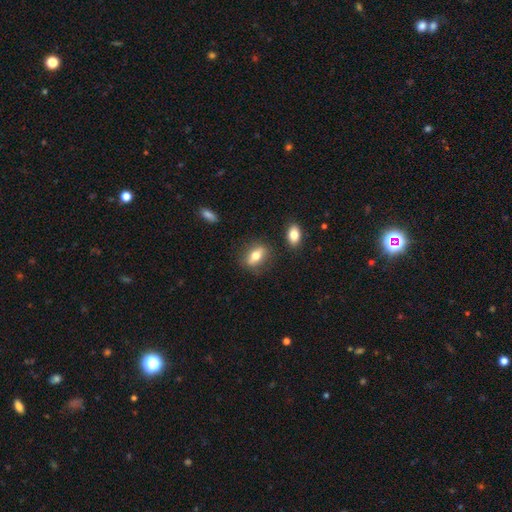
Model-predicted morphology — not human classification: Smooth or featured?
  - smooth: 66% *
  - featured or disk: 26%
  - star or artifact: 8%
How rounded?
  - in between: 75% *
  - cigar-shaped: 13%
  - round: 11%
Merging?
  - none: 80% *
  - minor disturbance: 13%
  - major disturbance: 4%
  - merger: 4%